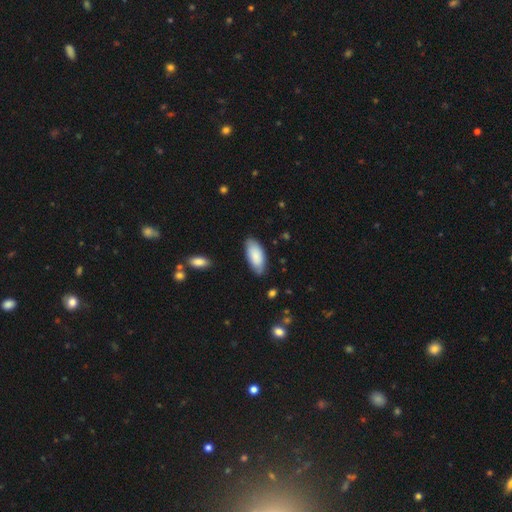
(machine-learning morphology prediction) A smooth galaxy with no disk features (86%) that is in between round and cigar-shaped (91%). Merging: none (79%).